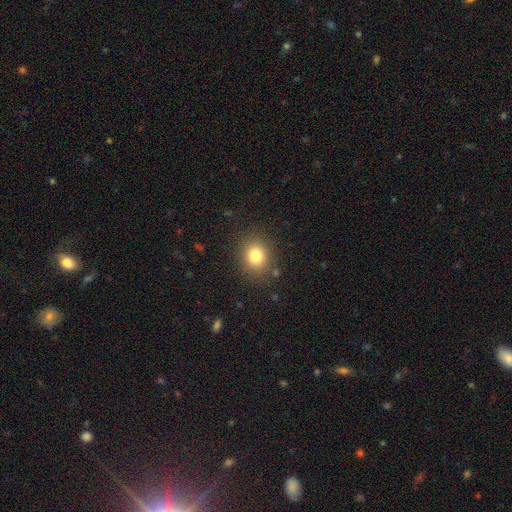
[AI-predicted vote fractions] smooth 79%, star or artifact 13%, featured or disk 8%. Down the decision tree: how rounded — round (69%); merging — none (86%).